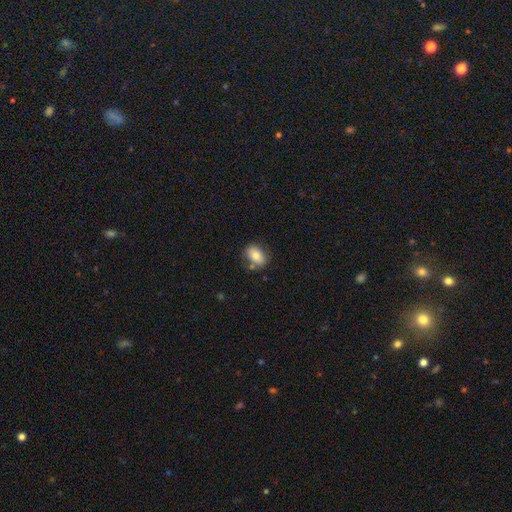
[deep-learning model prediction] Smooth or featured? Predicted: smooth (p=0.78). How rounded? Predicted: in between (p=0.82). Merging? Predicted: none (p=0.73).